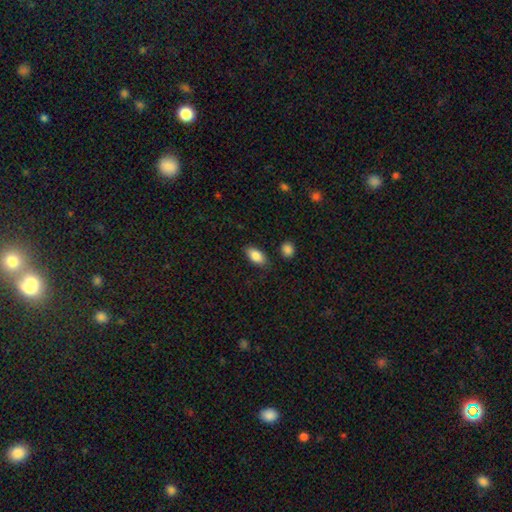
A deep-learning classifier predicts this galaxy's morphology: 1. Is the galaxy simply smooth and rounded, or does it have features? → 86% smooth, 7% featured or disk, 7% star or artifact.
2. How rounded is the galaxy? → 90% in between, 6% cigar-shaped, 4% round.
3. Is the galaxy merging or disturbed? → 82% none, 13% minor disturbance, 3% major disturbance, 3% merger.